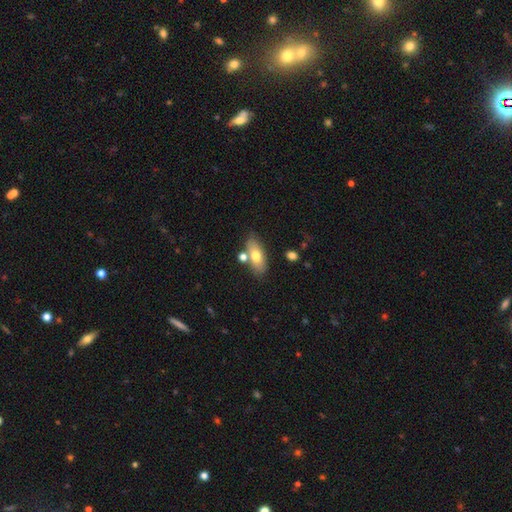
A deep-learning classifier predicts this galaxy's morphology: This is likely a smooth galaxy (68%). How rounded: likely in between (80%). Merging: likely none (71%).